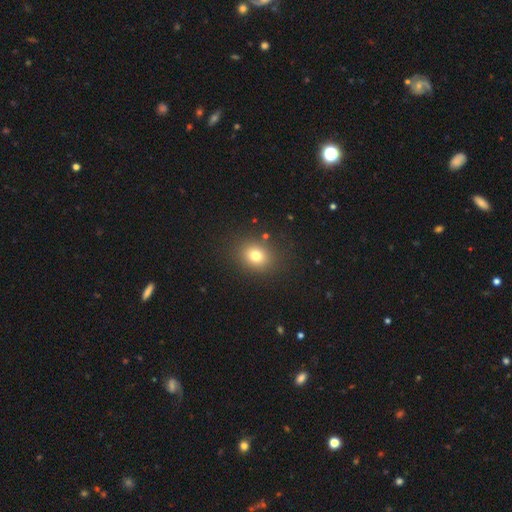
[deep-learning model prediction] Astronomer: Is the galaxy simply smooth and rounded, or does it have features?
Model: smooth — 76%.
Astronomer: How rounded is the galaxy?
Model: round — 62% (runner-up: in between, 37%).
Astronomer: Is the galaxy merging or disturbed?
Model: none — 87%.